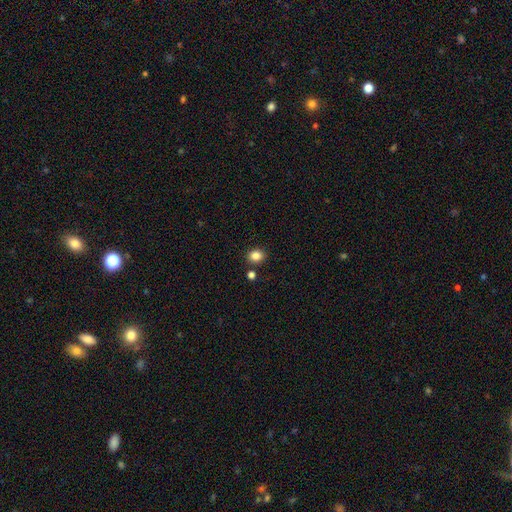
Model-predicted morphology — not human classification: Smooth or featured?
  - smooth: 84% *
  - star or artifact: 11%
  - featured or disk: 5%
How rounded?
  - round: 60% *
  - in between: 39%
  - cigar-shaped: 1%
Merging?
  - none: 84% *
  - minor disturbance: 9%
  - merger: 5%
  - major disturbance: 2%